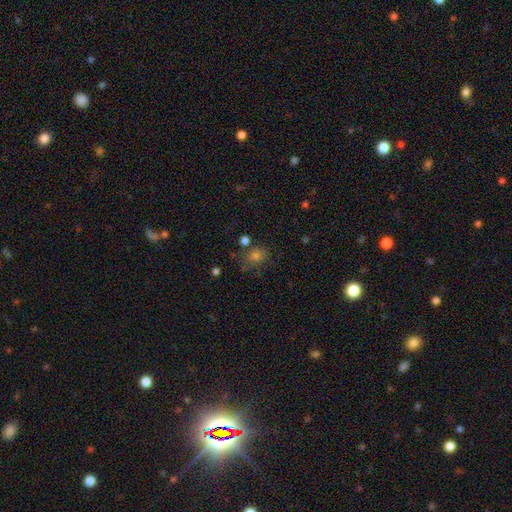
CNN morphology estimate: Smooth or featured?
  - smooth: 66% *
  - star or artifact: 24%
  - featured or disk: 10%
How rounded?
  - round: 68% *
  - in between: 31%
  - cigar-shaped: 1%
Merging?
  - none: 72% *
  - minor disturbance: 15%
  - merger: 8%
  - major disturbance: 6%